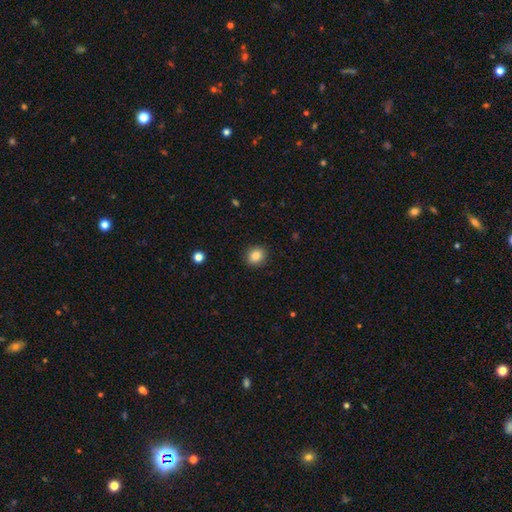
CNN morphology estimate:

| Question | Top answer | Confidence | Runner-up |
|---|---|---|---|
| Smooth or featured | smooth | 86% | star or artifact (10%) |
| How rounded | round | 69% | in between (30%) |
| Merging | none | 90% | minor disturbance (6%) |